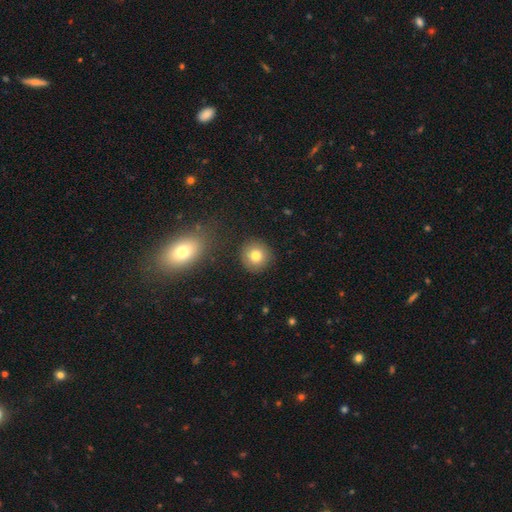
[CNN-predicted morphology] A smooth galaxy with no disk features (79%) that is round (92%). Merging: none (89%).